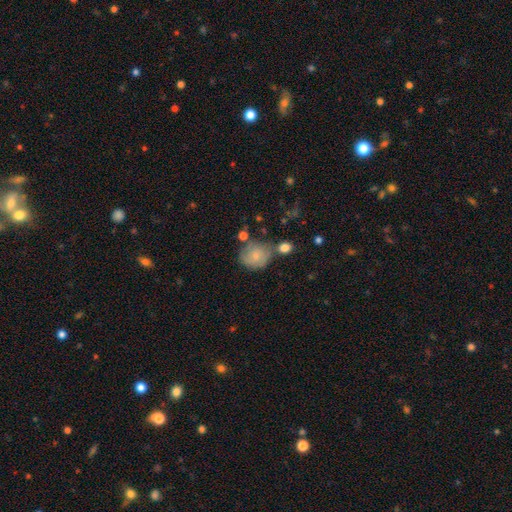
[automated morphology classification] Q: Smooth or featured?
A: smooth (70%); runner-up: featured or disk (22%)
Q: How rounded?
A: round (77%); runner-up: in between (22%)
Q: Merging?
A: none (48%); runner-up: minor disturbance (24%)